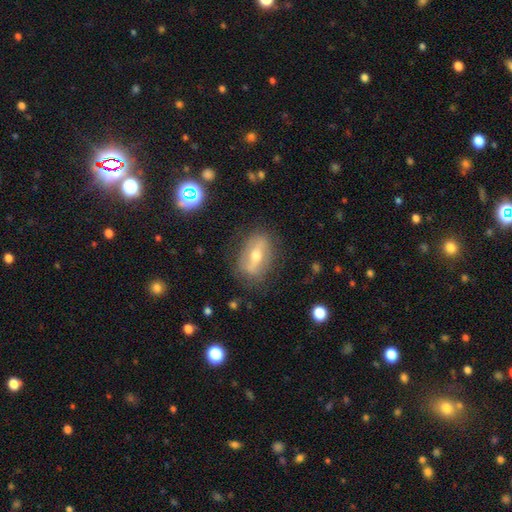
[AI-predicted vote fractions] smooth_or_featured: featured or disk (p=0.62) [alt: smooth p=0.29]
disk_edge_on: no (p=0.78) [alt: yes p=0.22]
merging: none (p=0.78) [alt: minor disturbance p=0.15]